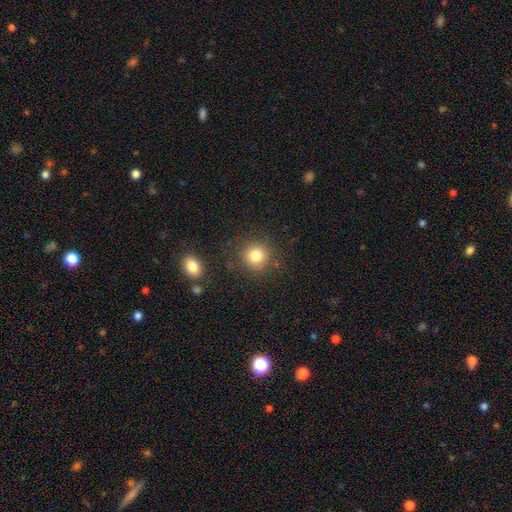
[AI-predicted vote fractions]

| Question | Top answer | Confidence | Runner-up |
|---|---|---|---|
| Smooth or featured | smooth | 81% | star or artifact (12%) |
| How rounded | round | 91% | in between (8%) |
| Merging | none | 85% | minor disturbance (8%) |